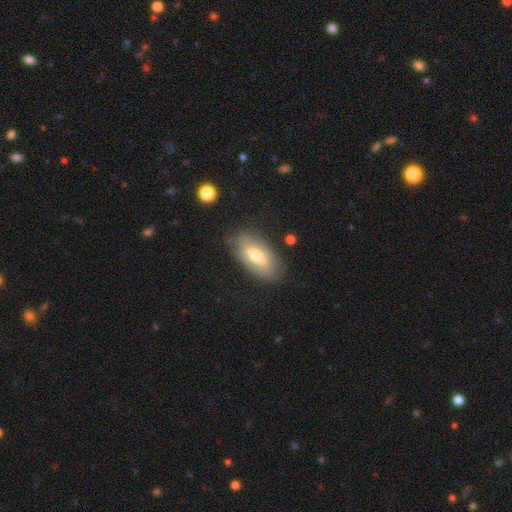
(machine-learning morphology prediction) smooth 61%, featured or disk 32%, star or artifact 7%. Down the decision tree: how rounded — in between (83%); merging — none (78%).